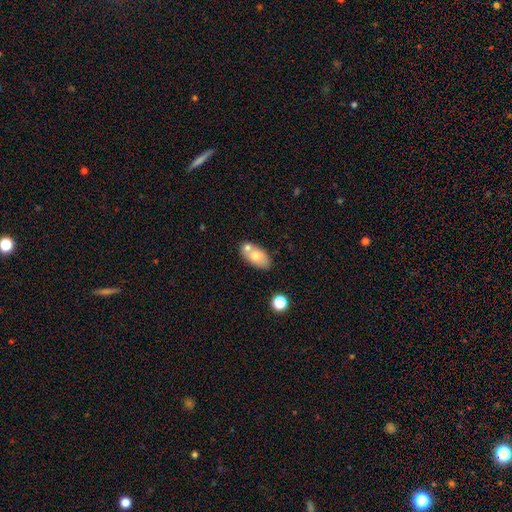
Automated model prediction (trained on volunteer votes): This appears to be a smooth galaxy with no disk features (70%) that is in between round and cigar-shaped (90%). Merging: none (56%).